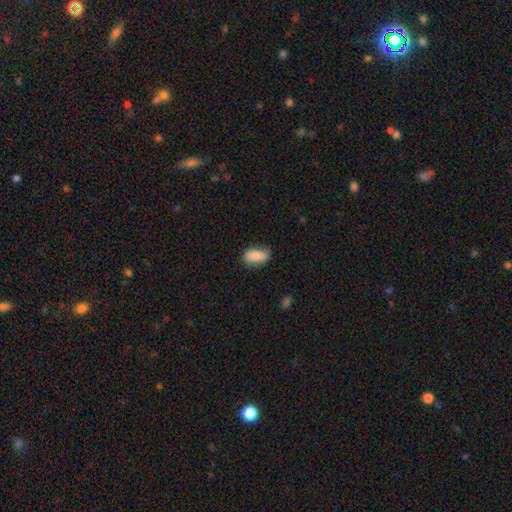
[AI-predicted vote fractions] Overall: smooth (82%). How rounded: in between (88%). Merging: none (73%).